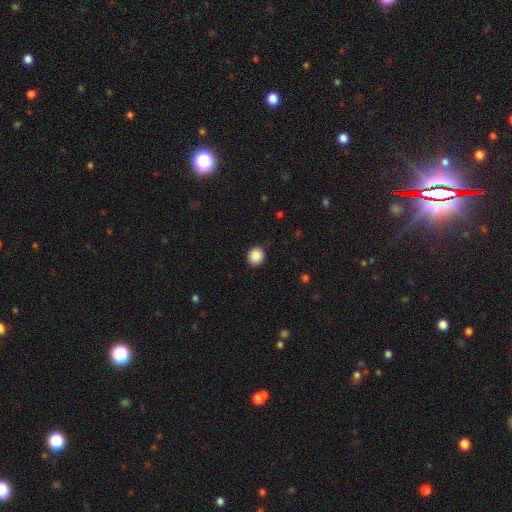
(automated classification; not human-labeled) Q: Smooth or featured?
A: smooth (88%); runner-up: star or artifact (9%)
Q: How rounded?
A: round (85%); runner-up: in between (14%)
Q: Merging?
A: none (90%); runner-up: minor disturbance (7%)